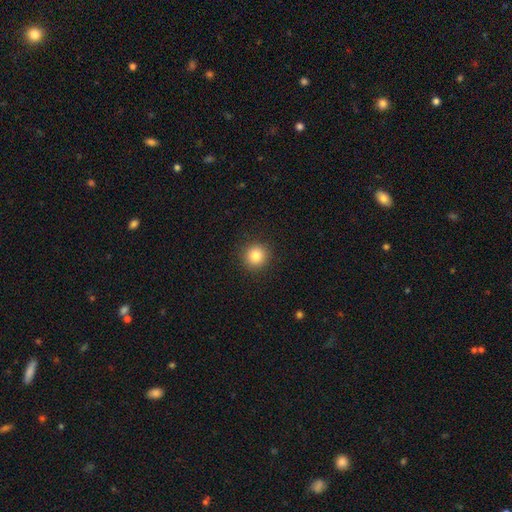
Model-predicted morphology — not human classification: The model was most divided on "smooth or featured": smooth: 83%, star or artifact: 11%, featured or disk: 6%. More confident: how rounded — round (94%); merging — none (92%).